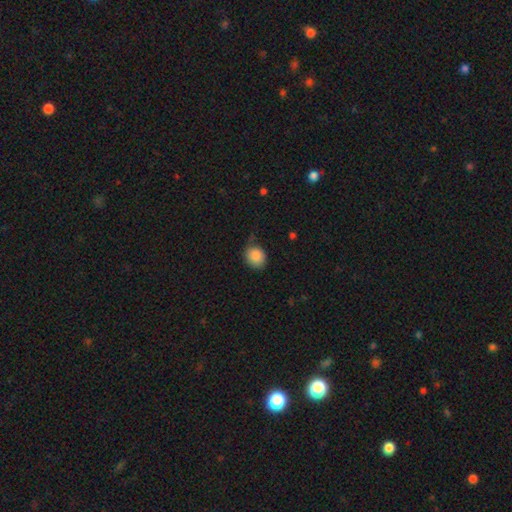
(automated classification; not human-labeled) Smooth or featured?
  - smooth: 87% *
  - star or artifact: 8%
  - featured or disk: 5%
How rounded?
  - round: 73% *
  - in between: 26%
  - cigar-shaped: 1%
Merging?
  - none: 69% *
  - minor disturbance: 24%
  - major disturbance: 6%
  - merger: 2%